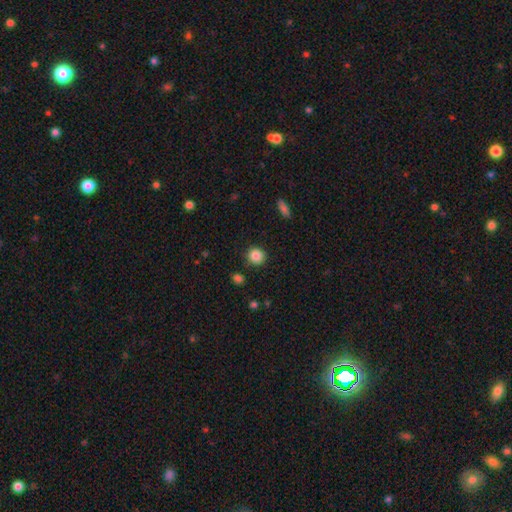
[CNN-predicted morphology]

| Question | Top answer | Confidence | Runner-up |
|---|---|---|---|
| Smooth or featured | smooth | 87% | star or artifact (9%) |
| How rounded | round | 90% | in between (9%) |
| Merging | none | 88% | minor disturbance (7%) |